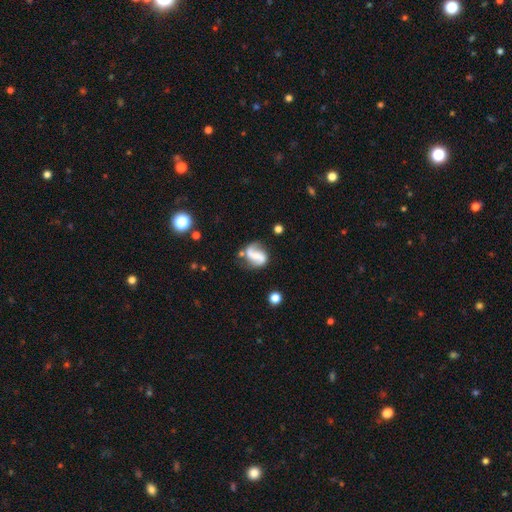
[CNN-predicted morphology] Smooth or featured?
  - featured or disk: 77% *
  - smooth: 16%
  - star or artifact: 7%
Edge-on disk?
  - no: 98% *
  - yes: 2%
Bar?
  - no: 37% *
  - weak: 36%
  - strong: 27%
Spiral arms?
  - yes: 92% *
  - no: 8%
Spiral winding?
  - loose: 56% *
  - medium: 33%
  - tight: 11%
Spiral arm count?
  - 2: 85% *
  - 1: 9%
  - can't tell: 4%
  - 3: 1%
  - 4: 1%
  - more than 4: 1%
Bulge size?
  - small: 39% *
  - none: 29%
  - moderate: 24%
  - large: 6%
  - dominant: 2%
Merging?
  - none: 60% *
  - minor disturbance: 21%
  - major disturbance: 11%
  - merger: 8%